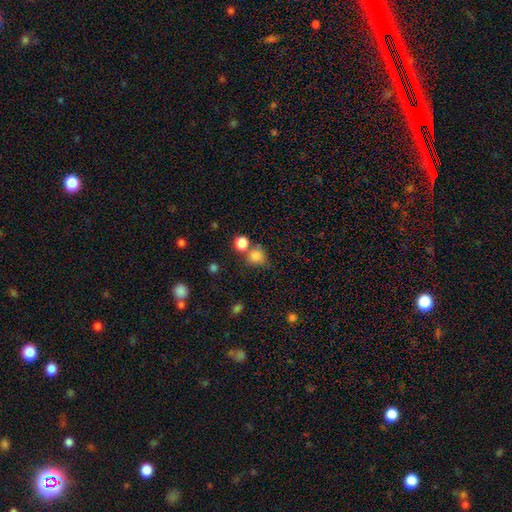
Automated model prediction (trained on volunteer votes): Smooth or featured? Predicted: smooth (p=0.79). How rounded? Predicted: round (p=0.81). Merging? Predicted: none (p=0.58).